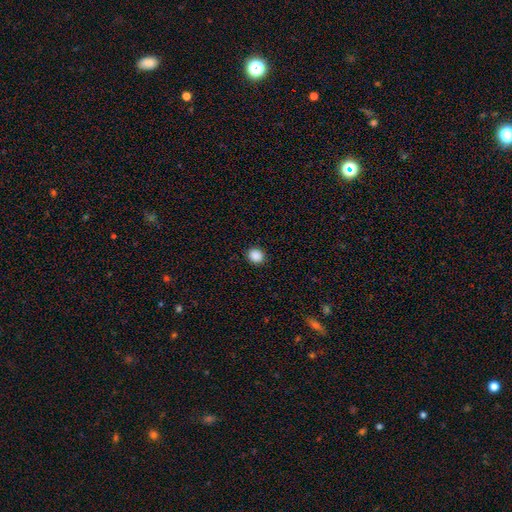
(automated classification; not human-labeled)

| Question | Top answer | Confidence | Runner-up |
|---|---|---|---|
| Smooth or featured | smooth | 88% | star or artifact (9%) |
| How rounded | round | 75% | in between (24%) |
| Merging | none | 91% | minor disturbance (6%) |